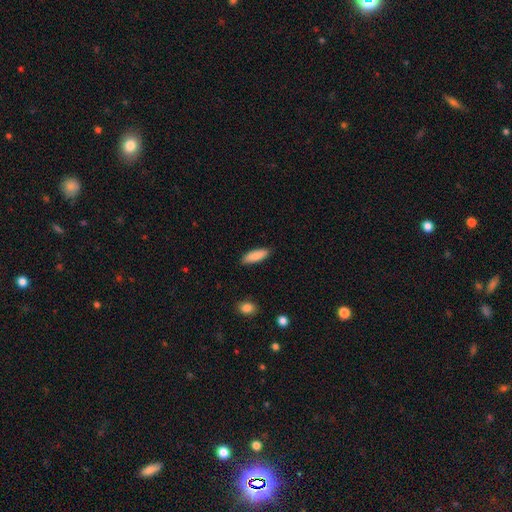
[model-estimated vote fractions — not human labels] This appears to be a smooth galaxy with no disk features (88%) that is in between round and cigar-shaped (51%). Merging: none (87%).